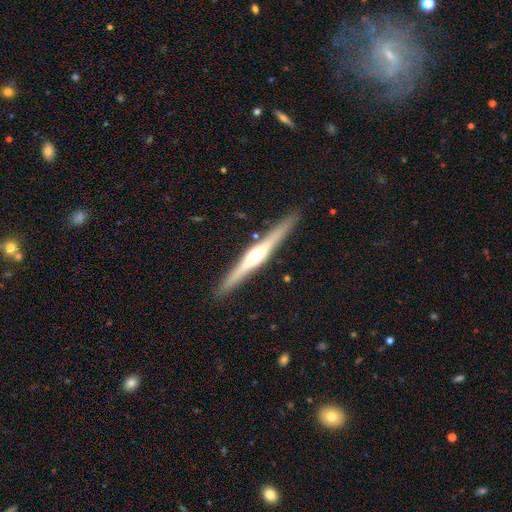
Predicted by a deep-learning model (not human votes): This appears to be a featured or disk galaxy (77%) viewed edge-on (98%) with a rounded central bulge (91%). Merging: none (89%).